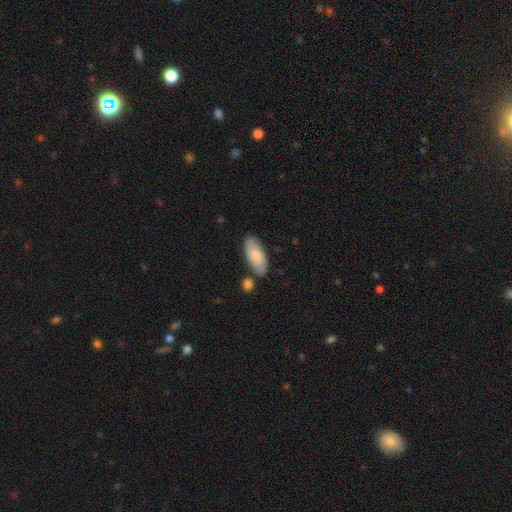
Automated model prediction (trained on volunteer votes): A smooth galaxy with no disk features (67%) that is in between round and cigar-shaped (86%).

Vote fractions:
- Smooth or featured? smooth: 67% / featured or disk: 27% / star or artifact: 6%
- How rounded? in between: 86% / cigar-shaped: 11% / round: 2%
- Merging? none: 68% / minor disturbance: 16% / merger: 12% / major disturbance: 4%